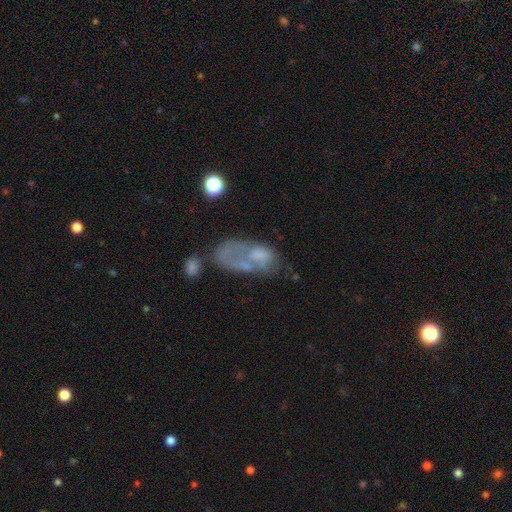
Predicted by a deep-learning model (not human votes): Smooth or featured: smooth — 45% (featured or disk — 43%)
Merging: major disturbance — 32% (none — 25%)